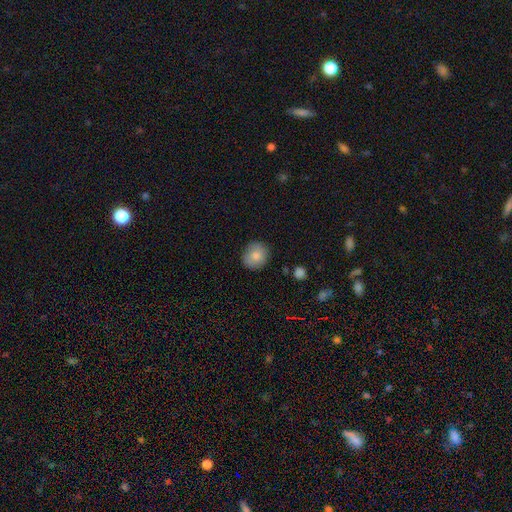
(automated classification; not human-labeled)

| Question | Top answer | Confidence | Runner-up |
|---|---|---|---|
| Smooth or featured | smooth | 82% | featured or disk (10%) |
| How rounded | round | 84% | in between (15%) |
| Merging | none | 85% | minor disturbance (11%) |